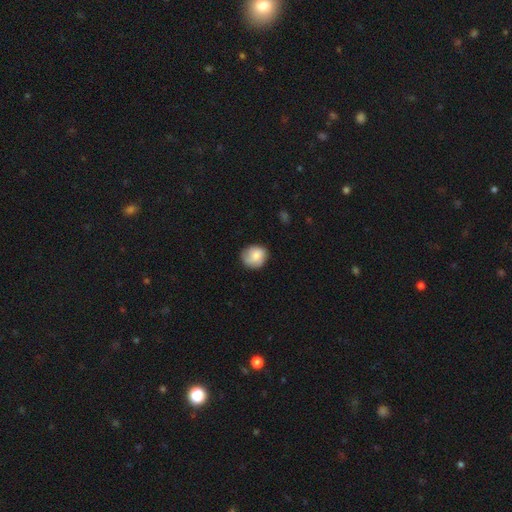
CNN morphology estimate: Smooth or featured?
  - smooth: 80% *
  - featured or disk: 13%
  - star or artifact: 7%
How rounded?
  - round: 75% *
  - in between: 24%
  - cigar-shaped: 1%
Merging?
  - none: 73% *
  - minor disturbance: 22%
  - major disturbance: 5%
  - merger: 1%